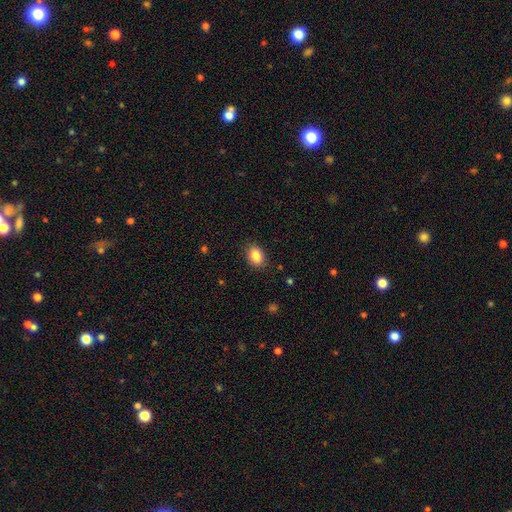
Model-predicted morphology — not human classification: This is clearly a smooth galaxy (86%). How rounded: clearly in between (81%). Merging: clearly none (86%).